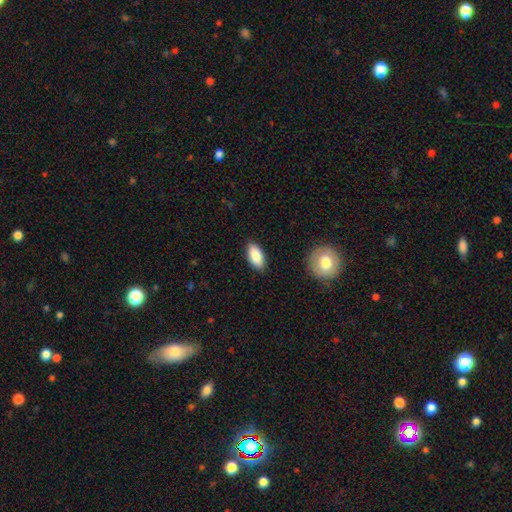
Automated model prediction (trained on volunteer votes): Smooth or featured? smooth (86%)
How rounded? in between (91%)
Merging? none (87%)